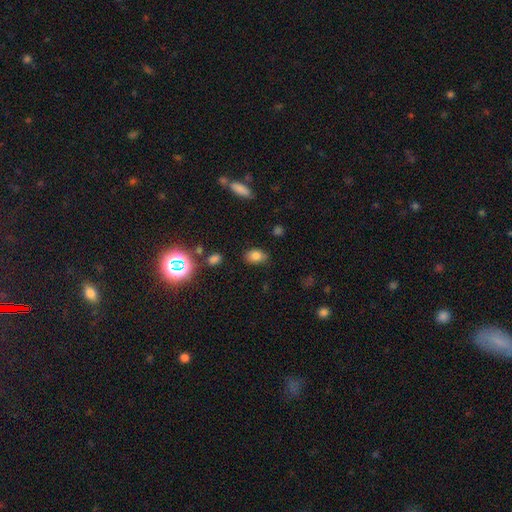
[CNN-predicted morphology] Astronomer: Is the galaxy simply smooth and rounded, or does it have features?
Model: smooth — 78%.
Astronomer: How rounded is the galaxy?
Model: in between — 83%.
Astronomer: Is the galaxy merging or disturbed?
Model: none — 80%.